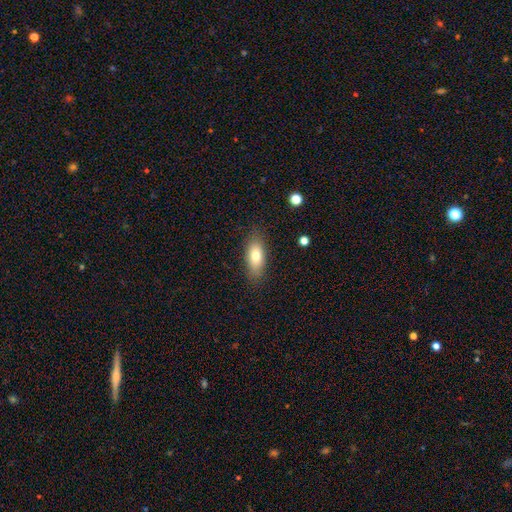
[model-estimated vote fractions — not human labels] This appears to be a smooth galaxy with no disk features (77%) that is in between round and cigar-shaped (80%). Merging: none (83%).